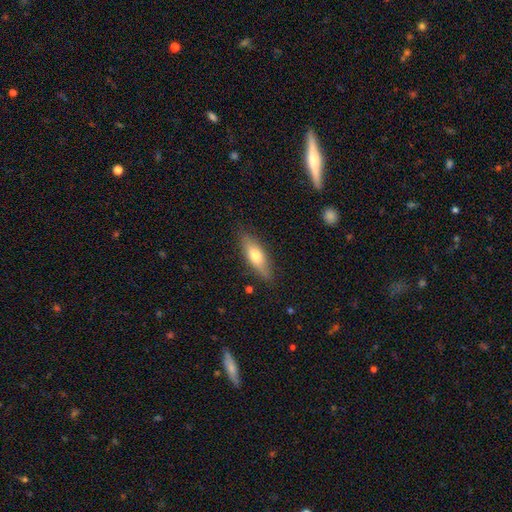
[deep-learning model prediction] smooth-or-featured: smooth: 59% | featured or disk: 34% | star or artifact: 6%
  how-rounded: in between: 51% | cigar-shaped: 46% | round: 3%
  merging: none: 83% | minor disturbance: 13% | major disturbance: 3% | merger: 1%